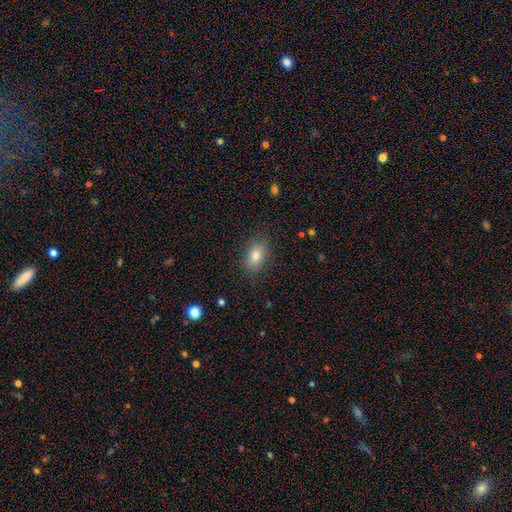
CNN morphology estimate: Smooth or featured? smooth (80%)
How rounded? in between (82%)
Merging? none (85%)